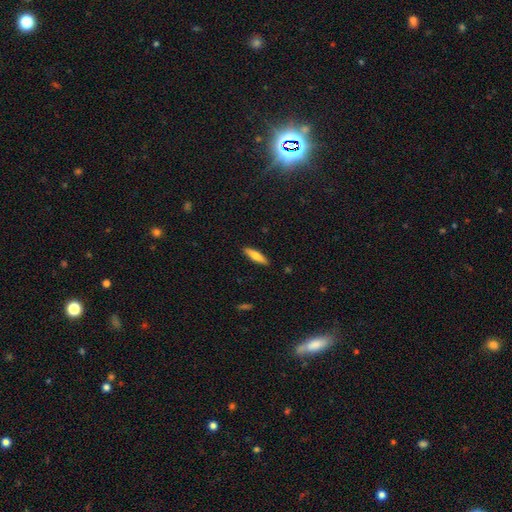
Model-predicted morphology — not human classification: Smooth or featured: smooth — 65% (featured or disk — 29%)
How rounded: cigar-shaped — 69% (in between — 29%)
Merging: none — 89% (minor disturbance — 8%)